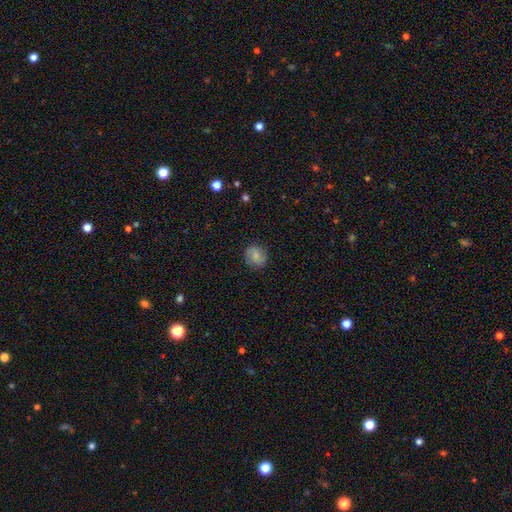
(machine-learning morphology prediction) Smooth or featured? Predicted: smooth (p=0.69). How rounded? Predicted: round (p=0.74). Merging? Predicted: none (p=0.82).